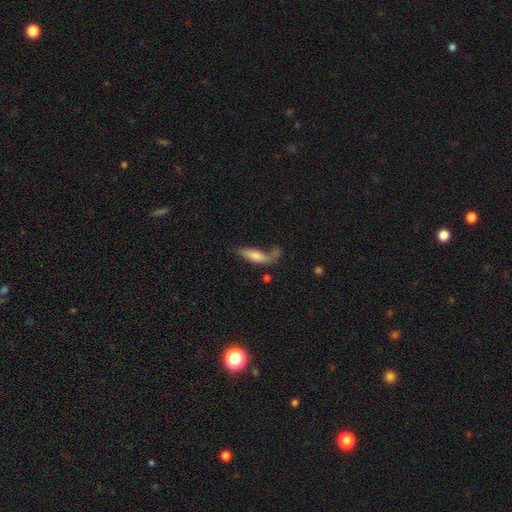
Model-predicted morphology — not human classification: Smooth or featured: smooth — 66% (featured or disk — 24%)
How rounded: cigar-shaped — 57% (in between — 40%)
Merging: none — 45% (minor disturbance — 24%)